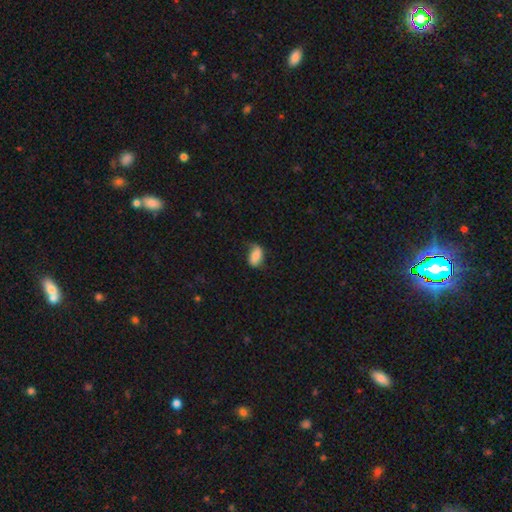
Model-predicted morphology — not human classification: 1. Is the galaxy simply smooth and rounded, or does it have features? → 77% smooth, 15% featured or disk, 8% star or artifact.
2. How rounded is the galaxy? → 91% in between, 7% round, 2% cigar-shaped.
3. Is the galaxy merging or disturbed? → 49% none, 35% minor disturbance, 14% major disturbance, 2% merger.